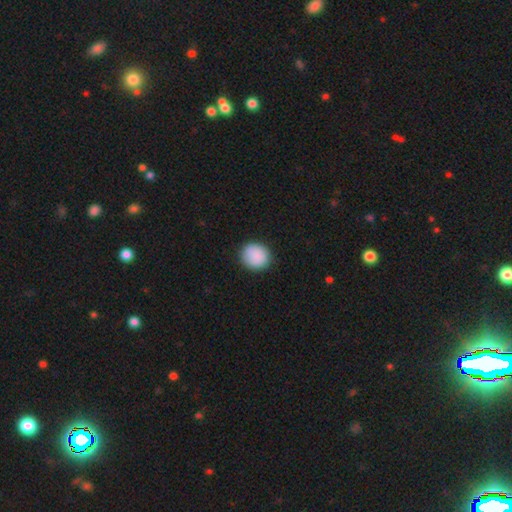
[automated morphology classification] This is clearly a smooth galaxy (89%). How rounded: clearly round (87%). Merging: clearly none (89%).